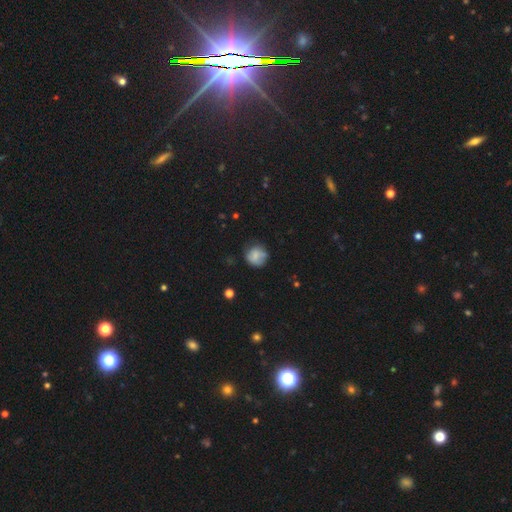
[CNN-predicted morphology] Overall: smooth (72%). How rounded: round (87%). Merging: none (64%; minor disturbance 25%).